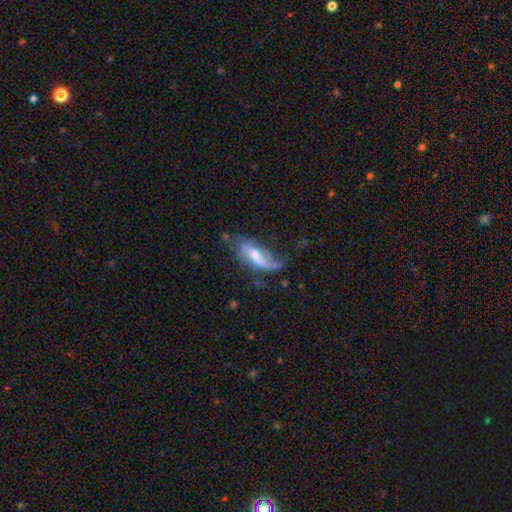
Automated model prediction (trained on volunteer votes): Overall: featured or disk (55%; smooth 37%). Edge-on disk: no (79%). Merging: none (36%; minor disturbance 30%).